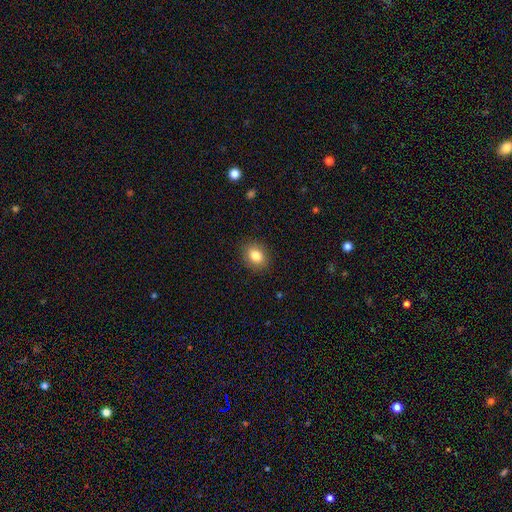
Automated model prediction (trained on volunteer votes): A smooth galaxy with no disk features (84%) that is in between round and cigar-shaped (62%). Merging: none (88%).